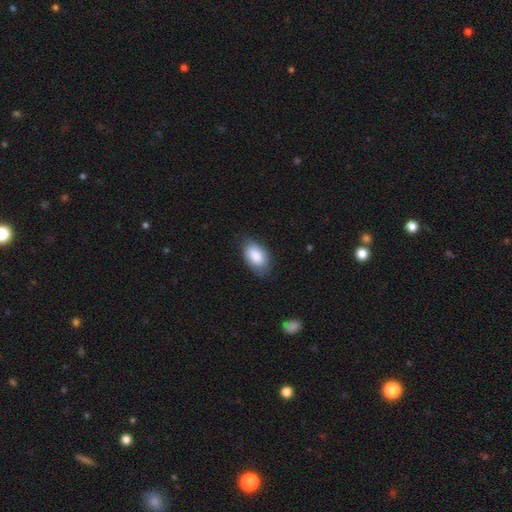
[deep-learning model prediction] Smooth or featured? Predicted: smooth (p=0.84). How rounded? Predicted: in between (p=0.93). Merging? Predicted: none (p=0.74).